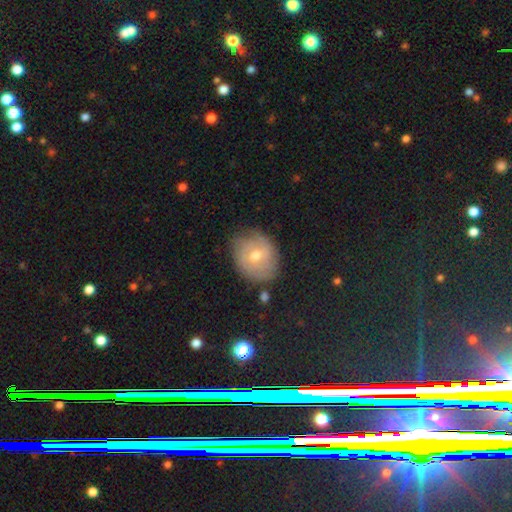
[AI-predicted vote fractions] A featured or disk galaxy (54%) with no bar (52%), spiral arms (73%) and a moderate central bulge (65%). Merging: none (71%).